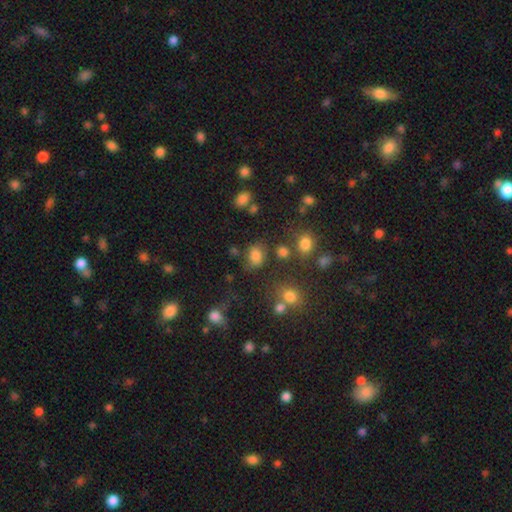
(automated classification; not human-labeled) The model was most divided on "how rounded": in between: 55%, round: 43%, cigar-shaped: 1%. More confident: smooth or featured — smooth (78%); merging — none (66%).